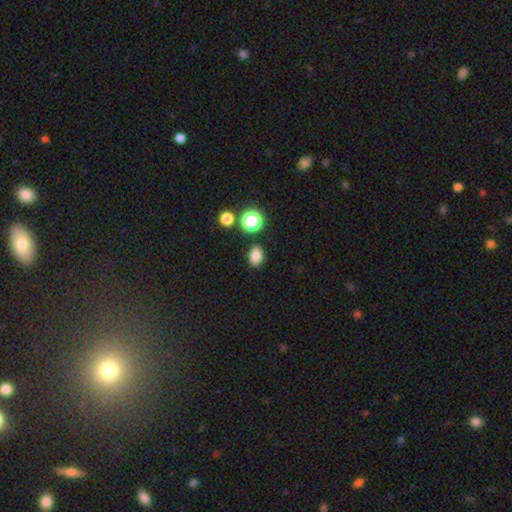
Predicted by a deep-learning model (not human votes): A smooth galaxy with no disk features (82%) that is in between round and cigar-shaped (72%). Merging: none (85%).